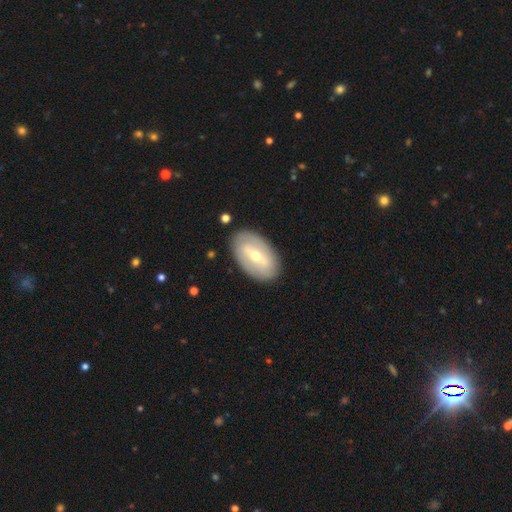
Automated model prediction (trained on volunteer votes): Overall: featured or disk (62%; smooth 32%). Edge-on disk: no (88%). Bar: strong (44%; weak 38%). Spiral arms: no (62%; yes 38%). Bulge size: moderate (55%; small 42%). Merging: none (86%).